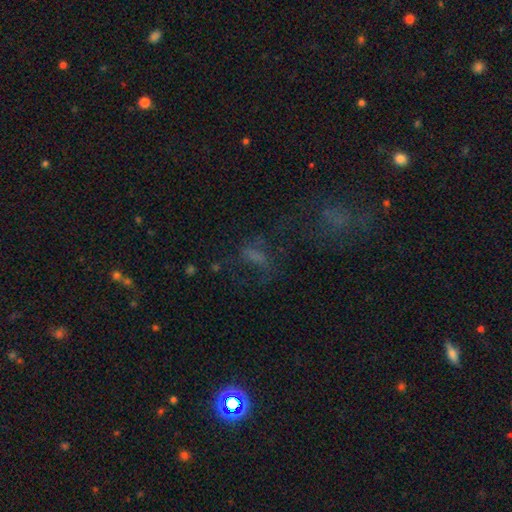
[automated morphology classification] smooth 40%, featured or disk 30%, star or artifact 30%. Down the decision tree: merging — none (43%).